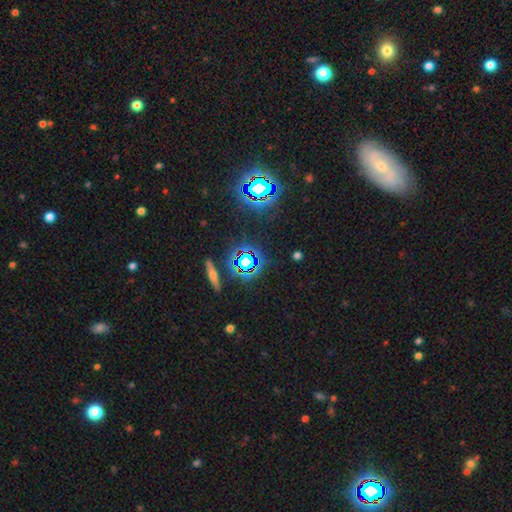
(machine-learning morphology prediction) Smooth or featured?
  - star or artifact: 73% *
  - smooth: 15%
  - featured or disk: 11%